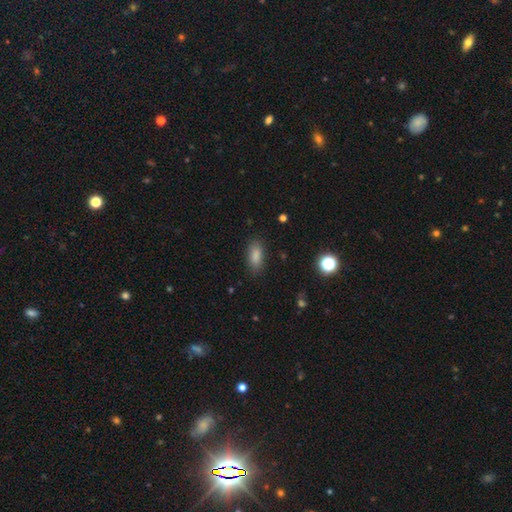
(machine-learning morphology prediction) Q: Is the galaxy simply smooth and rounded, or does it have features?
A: smooth — 86%.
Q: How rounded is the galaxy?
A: in between — 84%.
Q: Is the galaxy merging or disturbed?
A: none — 85%.